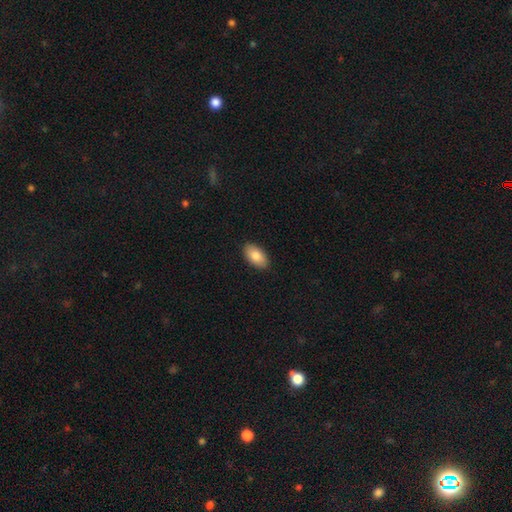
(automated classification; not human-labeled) smooth_or_featured: smooth (p=0.84) [alt: featured or disk p=0.09]
how_rounded: in between (p=0.94) [alt: round p=0.04]
merging: none (p=0.89) [alt: minor disturbance p=0.08]